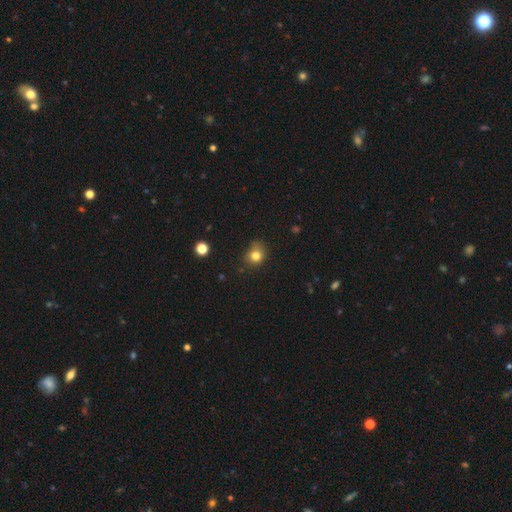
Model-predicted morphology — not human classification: Smooth or featured: smooth — 79% (star or artifact — 13%)
How rounded: round — 70% (in between — 29%)
Merging: none — 61% (minor disturbance — 28%)